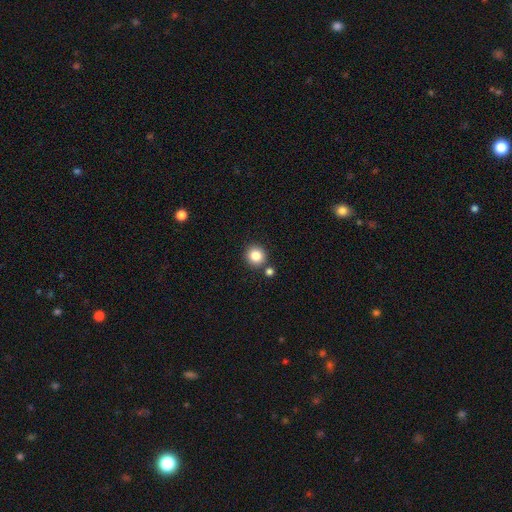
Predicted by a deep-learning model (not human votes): Smooth or featured? Predicted: smooth (p=0.84). How rounded? Predicted: round (p=0.91). Merging? Predicted: none (p=0.81).